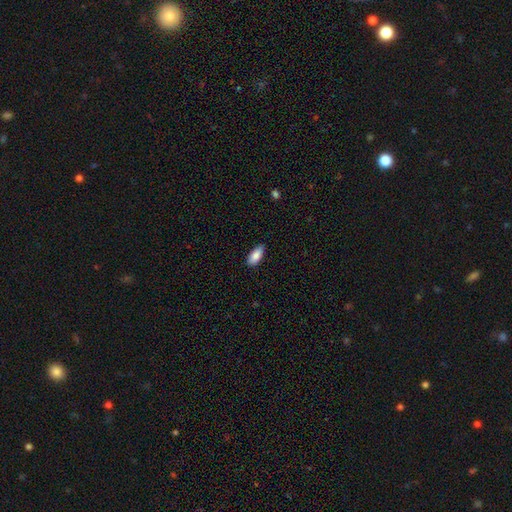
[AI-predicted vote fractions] Morphology: type=smooth (86%); roundness=in between (87%); merging=none (83%).